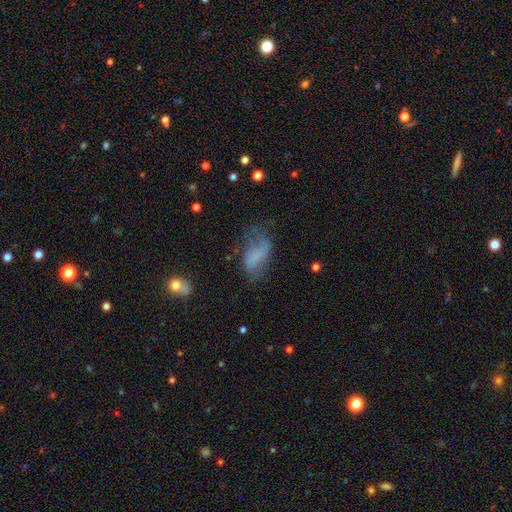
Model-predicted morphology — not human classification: A smooth galaxy with no disk features (45%).

Vote fractions:
- Smooth or featured? smooth: 45% / featured or disk: 43% / star or artifact: 12%
- Merging? none: 34% (tied) / major disturbance: 34% (tied) / minor disturbance: 28% / merger: 4%